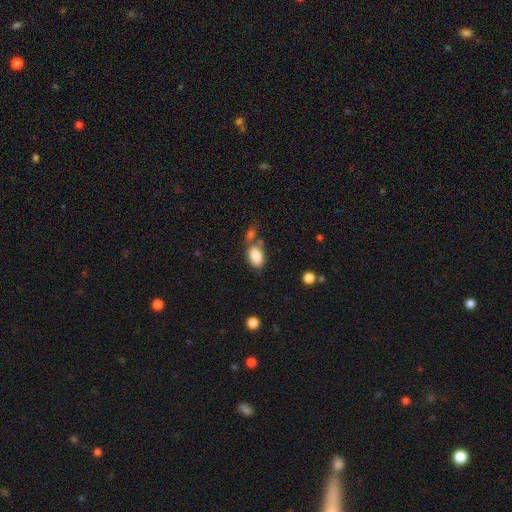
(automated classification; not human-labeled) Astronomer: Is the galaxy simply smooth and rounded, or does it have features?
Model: smooth — 85%.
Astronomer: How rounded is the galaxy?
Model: in between — 90%.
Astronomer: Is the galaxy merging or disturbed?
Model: none — 51%.